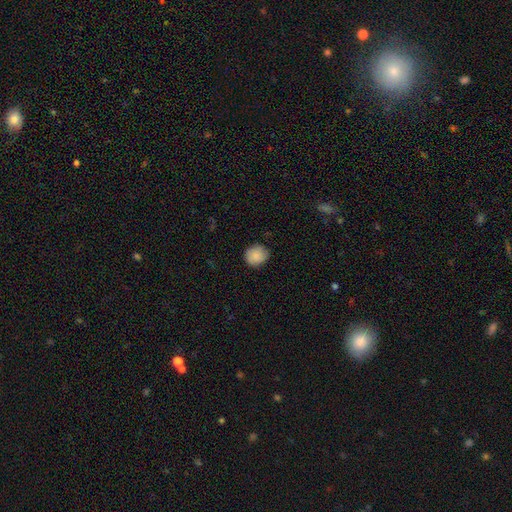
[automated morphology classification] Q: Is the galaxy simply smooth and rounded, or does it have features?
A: smooth — 87%.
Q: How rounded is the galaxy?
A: round — 80%.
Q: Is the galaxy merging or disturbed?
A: none — 80%.